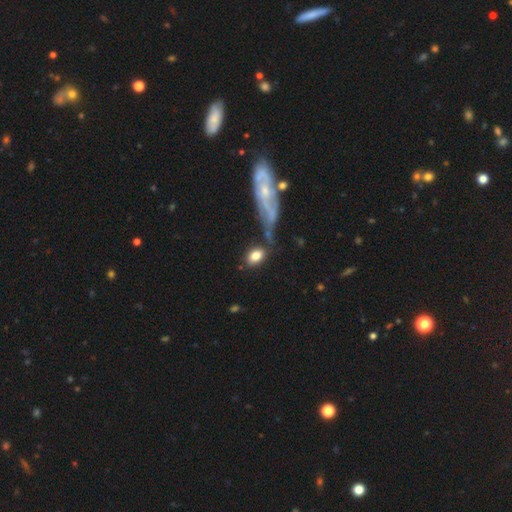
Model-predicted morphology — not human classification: smooth 80%, featured or disk 13%, star or artifact 7%. Down the decision tree: how rounded — in between (83%); merging — none (65%).